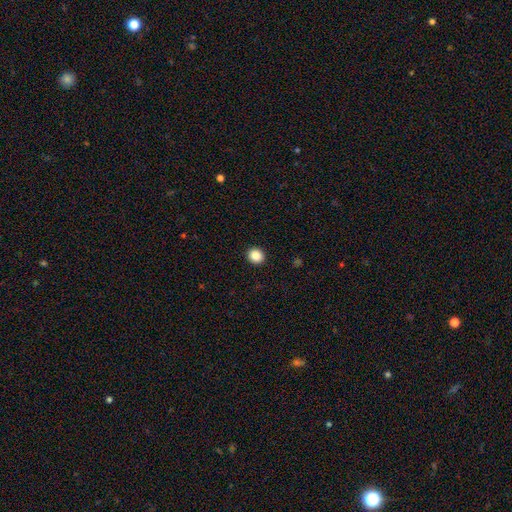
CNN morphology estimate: This is clearly a smooth galaxy (87%). How rounded: clearly round (83%). Merging: clearly none (92%).